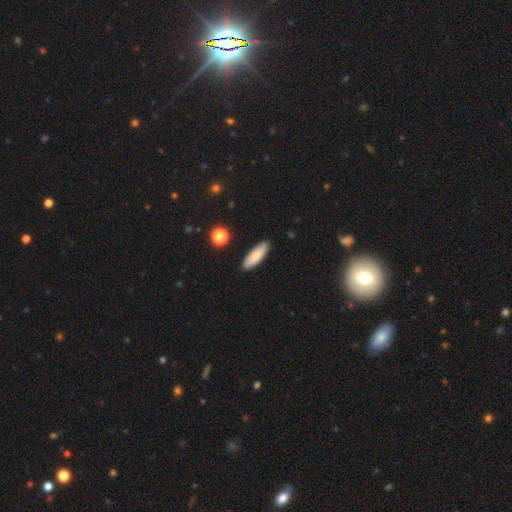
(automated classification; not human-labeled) A smooth galaxy with no disk features (83%) that is cigar-shaped (49%, tied with in between).

Vote fractions:
- Smooth or featured? smooth: 83% / featured or disk: 11% / star or artifact: 6%
- How rounded? cigar-shaped: 49% (tied) / in between: 49% (tied) / round: 2%
- Merging? none: 89% / minor disturbance: 8% / major disturbance: 2% / merger: 1%